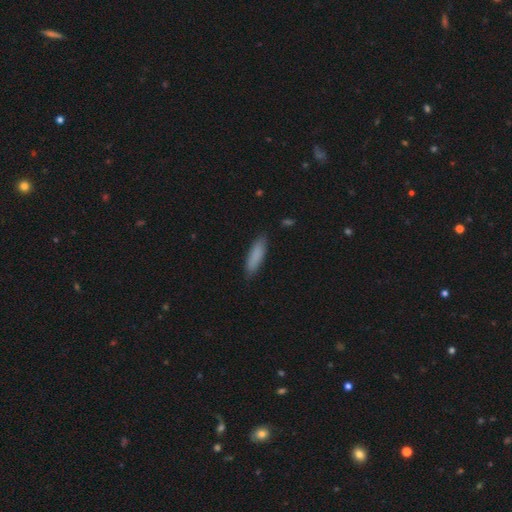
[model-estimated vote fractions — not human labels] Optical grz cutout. It shows a smooth galaxy with no disk features (86%) that is cigar-shaped (60%). Merging: none (86%).